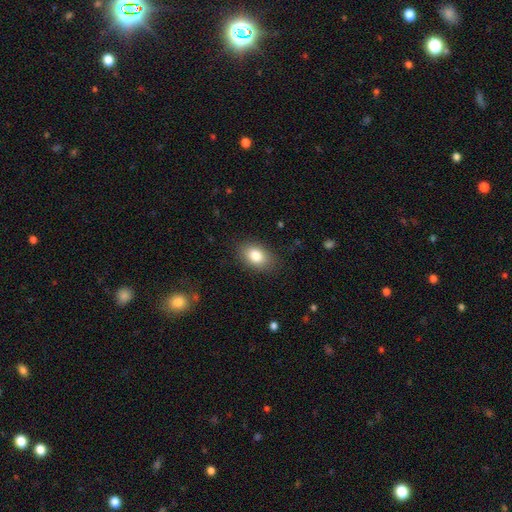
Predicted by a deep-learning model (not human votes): Smooth or featured: smooth — 83% (featured or disk — 9%)
How rounded: in between — 84% (round — 15%)
Merging: none — 84% (minor disturbance — 12%)